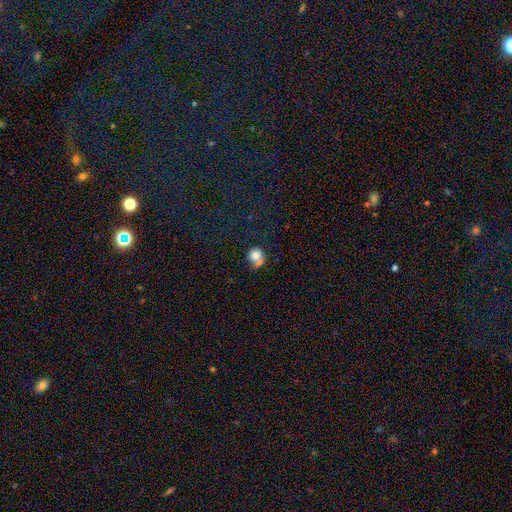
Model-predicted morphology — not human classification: smooth 78%, featured or disk 12%, star or artifact 10%. Down the decision tree: how rounded — round (83%); merging — none (40%).